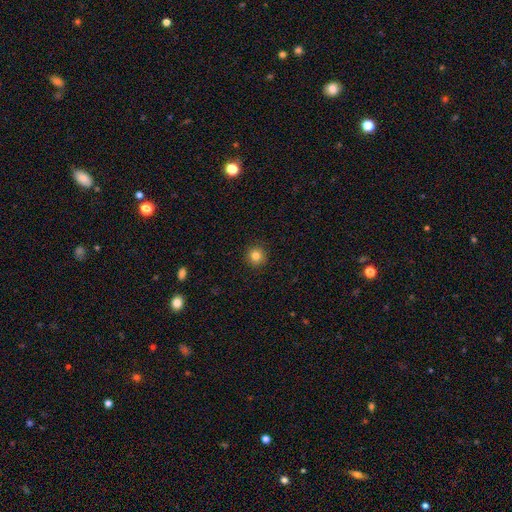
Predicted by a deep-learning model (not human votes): smooth-or-featured: smooth: 83% | star or artifact: 12% | featured or disk: 6%
  how-rounded: round: 95% | in between: 4% | cigar-shaped: 1%
  merging: none: 93% | minor disturbance: 5% | major disturbance: 2% | merger: 1%